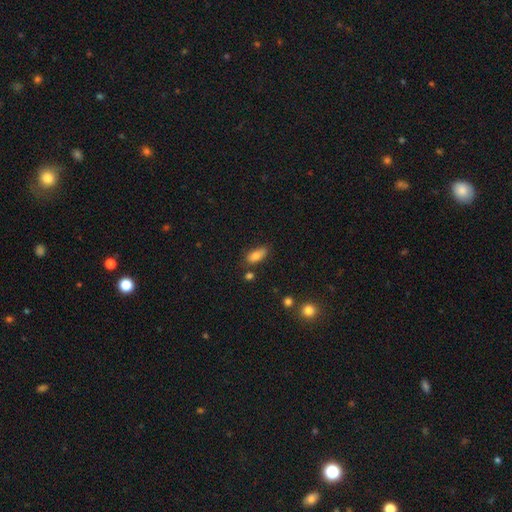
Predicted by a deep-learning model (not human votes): Smooth or featured: smooth — 81% (featured or disk — 10%)
How rounded: in between — 84% (cigar-shaped — 13%)
Merging: none — 68% (minor disturbance — 22%)